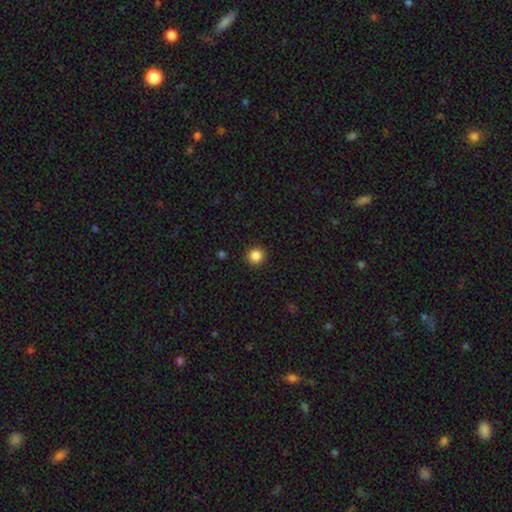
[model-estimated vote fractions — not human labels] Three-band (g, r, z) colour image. It shows a smooth galaxy with no disk features (87%) that is round (92%). Merging: none (92%).